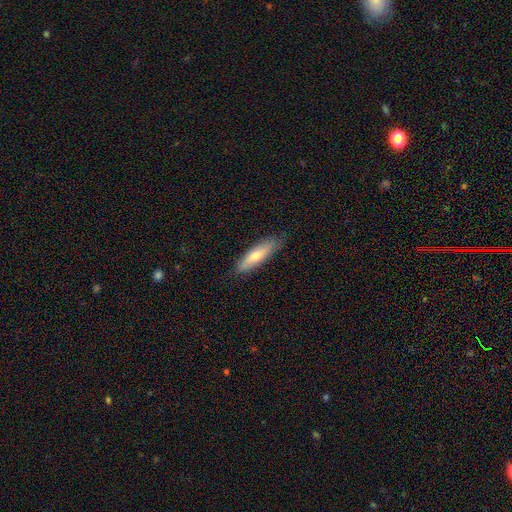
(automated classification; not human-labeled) smooth-or-featured: smooth: 67% | featured or disk: 28% | star or artifact: 6%
  how-rounded: cigar-shaped: 68% | in between: 31% | round: 2%
  merging: none: 82% | minor disturbance: 14% | major disturbance: 2% | merger: 1%